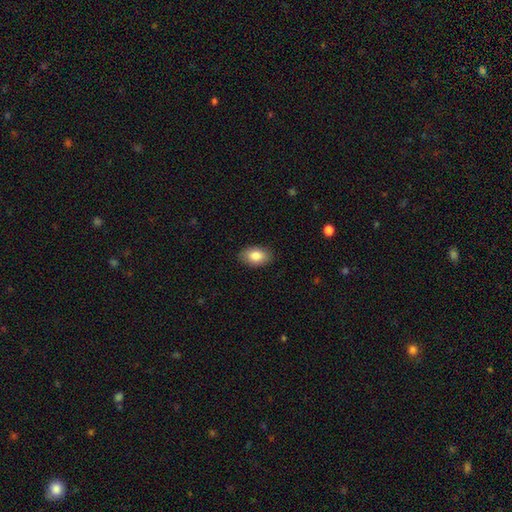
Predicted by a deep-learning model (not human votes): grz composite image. It shows a smooth galaxy with no disk features (85%) that is in between round and cigar-shaped (91%). Merging: none (87%).